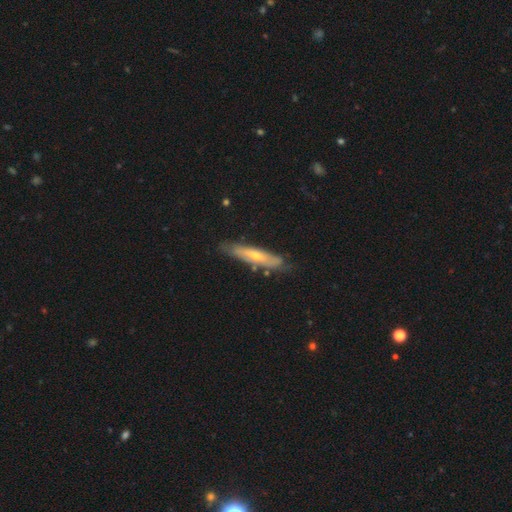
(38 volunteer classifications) Smooth or featured: featured or disk — 66% (smooth — 26%)
Edge-on disk: yes — 72% (no — 28%)
Edge-on bulge: rounded — 67% (none — 28%)
Merging: none — 71% (minor disturbance — 20%)